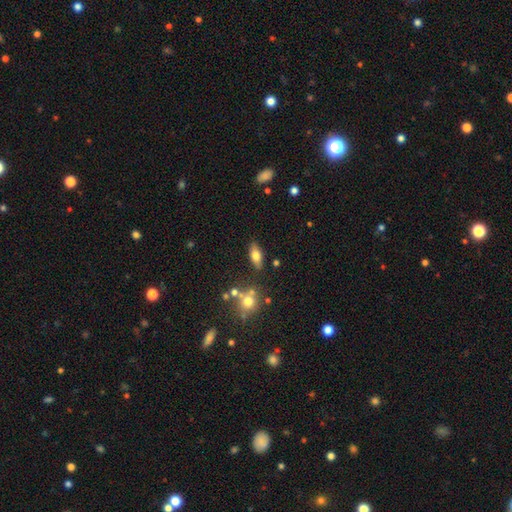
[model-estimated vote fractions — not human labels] This is likely a smooth galaxy (69%). How rounded: clearly in between (81%). Merging: clearly none (81%).